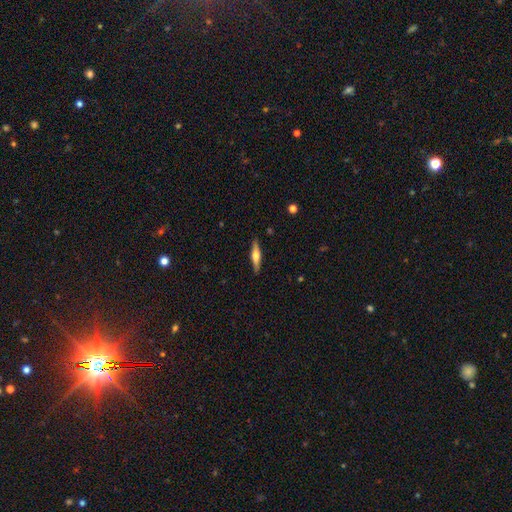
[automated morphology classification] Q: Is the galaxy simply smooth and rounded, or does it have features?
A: featured or disk — 60%.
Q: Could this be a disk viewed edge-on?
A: yes — 96%.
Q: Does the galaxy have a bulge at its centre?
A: rounded — 89%.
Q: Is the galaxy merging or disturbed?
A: none — 90%.